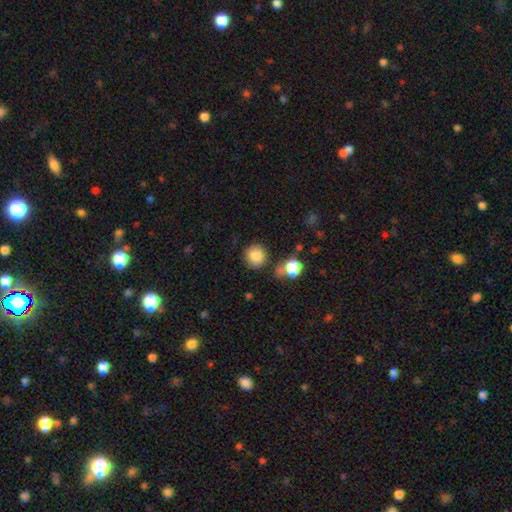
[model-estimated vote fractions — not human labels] Smooth or featured?
  - smooth: 84% *
  - star or artifact: 10%
  - featured or disk: 5%
How rounded?
  - round: 90% *
  - in between: 9%
  - cigar-shaped: 1%
Merging?
  - none: 80% *
  - minor disturbance: 11%
  - merger: 6%
  - major disturbance: 4%